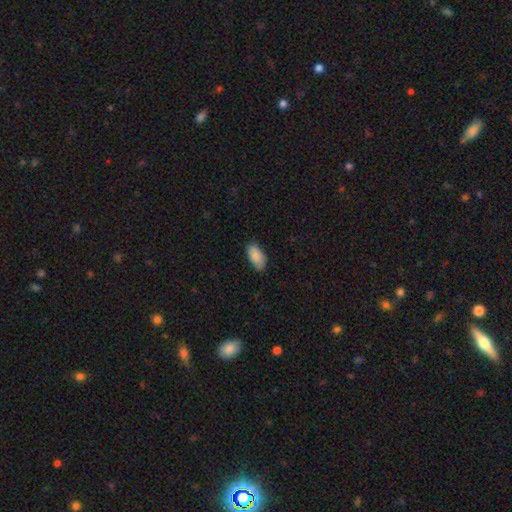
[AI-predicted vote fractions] Smooth or featured? smooth (86%)
How rounded? in between (94%)
Merging? none (78%)